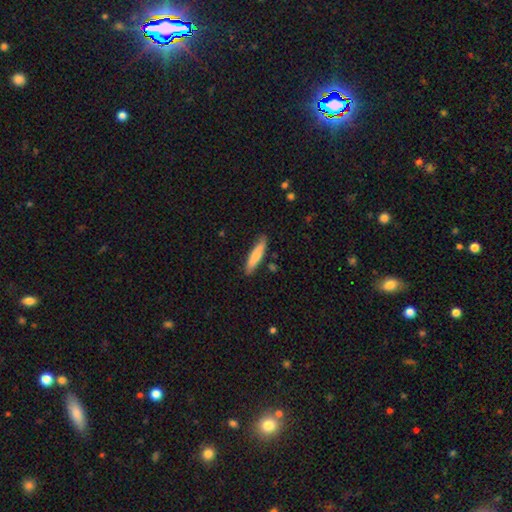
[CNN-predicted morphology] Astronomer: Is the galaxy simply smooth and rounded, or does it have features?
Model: smooth — 75%.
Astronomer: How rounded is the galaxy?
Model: cigar-shaped — 85%.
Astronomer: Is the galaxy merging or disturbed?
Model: none — 85%.